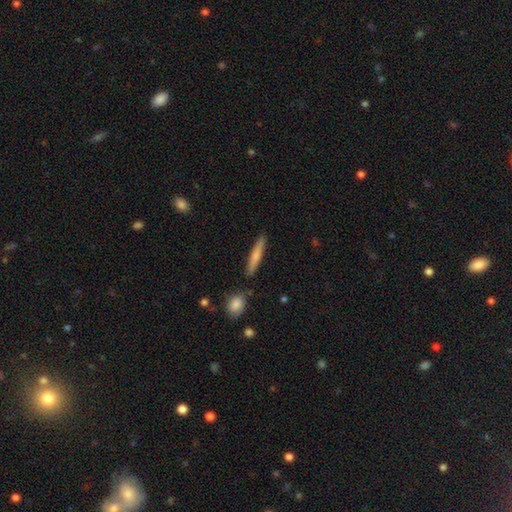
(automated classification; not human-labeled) This is likely a smooth galaxy (70%). How rounded: clearly cigar-shaped (91%). Merging: clearly none (84%).